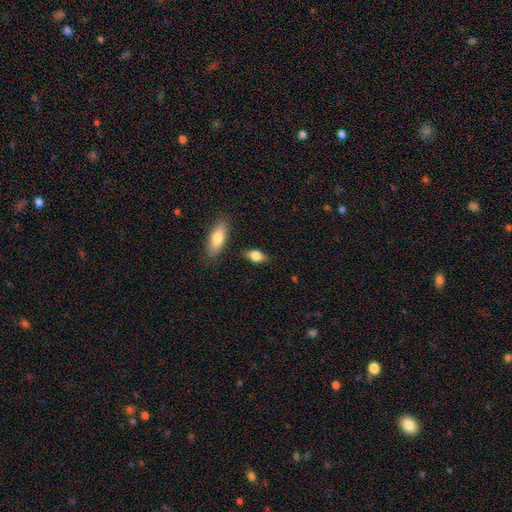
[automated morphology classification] smooth-or-featured: smooth: 78% | featured or disk: 15% | star or artifact: 7%
  how-rounded: in between: 83% | cigar-shaped: 9% | round: 8%
  merging: none: 78% | minor disturbance: 15% | merger: 4% | major disturbance: 3%